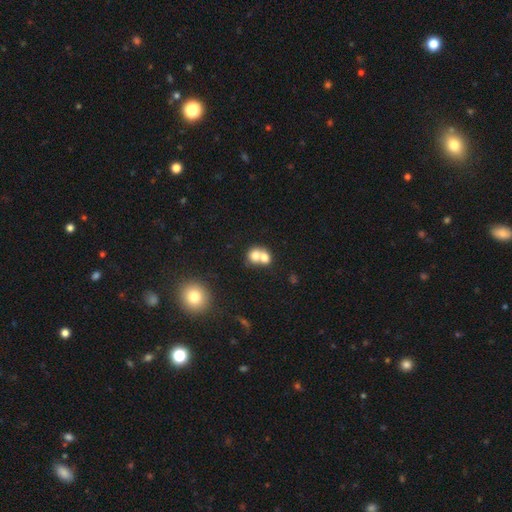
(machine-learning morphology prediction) Smooth or featured? Predicted: smooth (p=0.70). How rounded? Predicted: round (p=0.69). Merging? Predicted: merger (p=0.69).